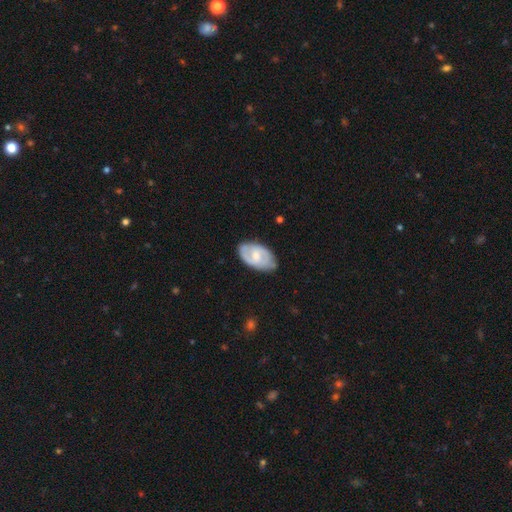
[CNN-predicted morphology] A featured or disk galaxy (68%) with a weak bar (48%), 2 (78%) medium (46%) spiral arms (85%) and a small central bulge (49%).

Vote fractions:
- Smooth or featured? featured or disk: 68% / smooth: 27% / star or artifact: 5%
- Edge-on disk? no: 96% / yes: 4%
- Bar? weak: 48% / no: 43% / strong: 9%
- Spiral arms? yes: 85% / no: 15%
- Spiral winding? medium: 46% / tight: 36% / loose: 18%
- Spiral arm count? 2: 78% / can't tell: 14% / 1: 3% / 3: 3% / 4: 1% / more than 4: 1%
- Bulge size? small: 49% / moderate: 45% / none: 3% / large: 2% / dominant: 1%
- Merging? none: 75% / minor disturbance: 20% / major disturbance: 4% / merger: 1%